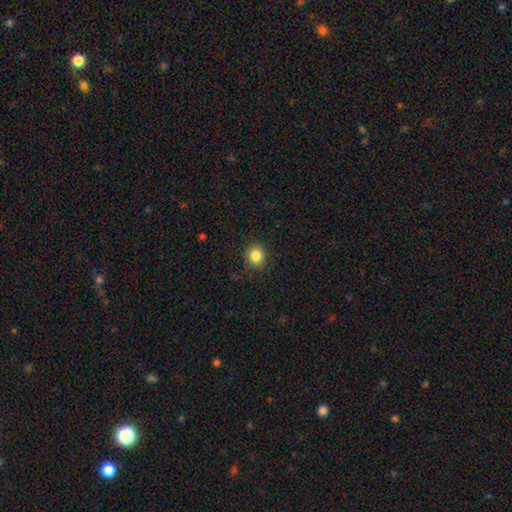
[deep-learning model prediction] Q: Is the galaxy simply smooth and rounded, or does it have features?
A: smooth — 85%.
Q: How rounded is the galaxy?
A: round — 82%.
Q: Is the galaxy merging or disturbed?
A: none — 89%.